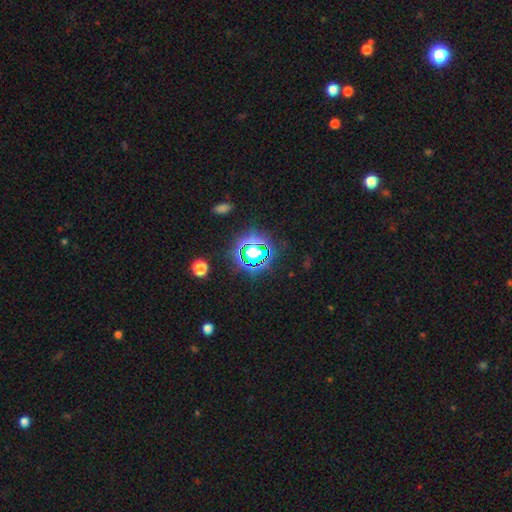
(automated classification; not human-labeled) A star or artifact, not a galaxy (67%).